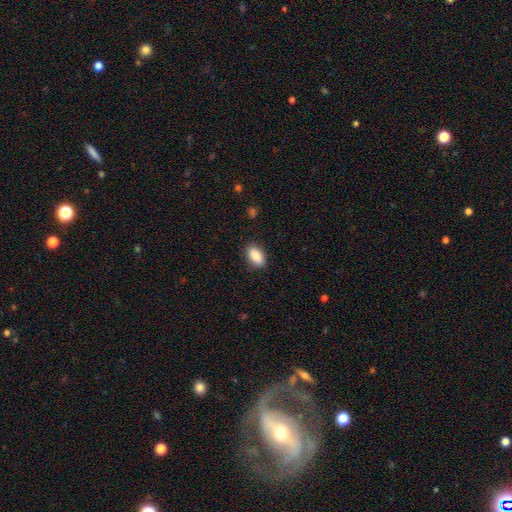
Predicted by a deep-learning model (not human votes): Smooth or featured? smooth (86%)
How rounded? in between (89%)
Merging? none (87%)